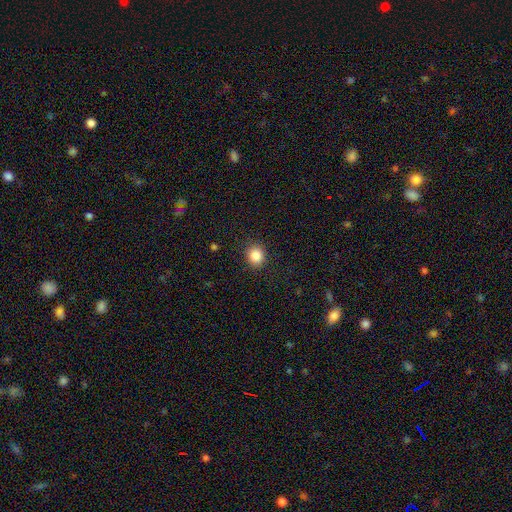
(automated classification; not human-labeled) A smooth galaxy with no disk features (85%) that is round (80%).

Vote fractions:
- Smooth or featured? smooth: 85% / star or artifact: 10% / featured or disk: 4%
- How rounded? round: 80% / in between: 19% / cigar-shaped: 1%
- Merging? none: 90% / minor disturbance: 7% / major disturbance: 2% / merger: 1%